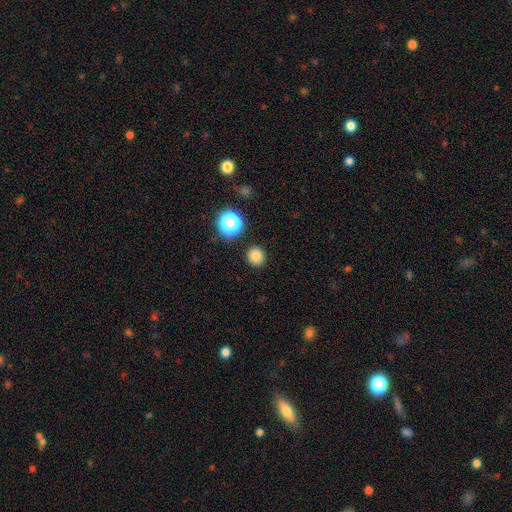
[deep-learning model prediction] Overall: smooth (81%). How rounded: round (90%). Merging: none (90%).